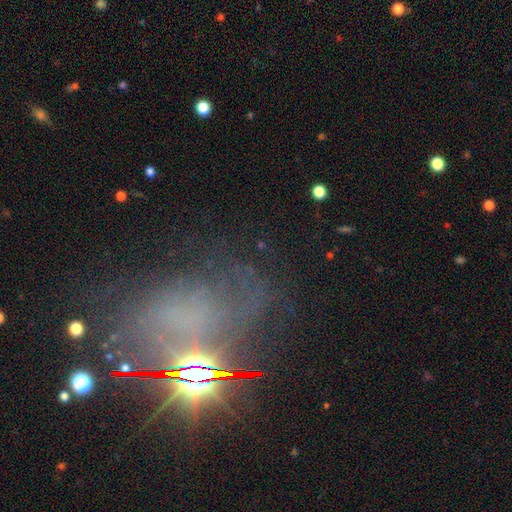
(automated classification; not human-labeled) Smooth or featured?
  - star or artifact: 58% *
  - featured or disk: 26%
  - smooth: 16%